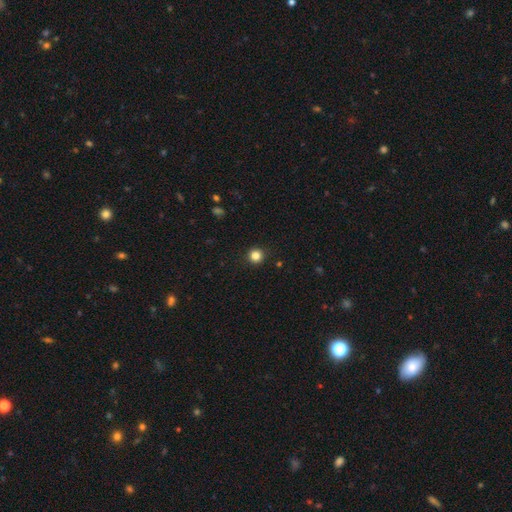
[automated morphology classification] A smooth galaxy with no disk features (84%) that is round (95%).

Vote fractions:
- Smooth or featured? smooth: 84% / star or artifact: 12% / featured or disk: 4%
- How rounded? round: 95% / in between: 4% / cigar-shaped: 1%
- Merging? none: 92% / minor disturbance: 5% / major disturbance: 2% / merger: 1%